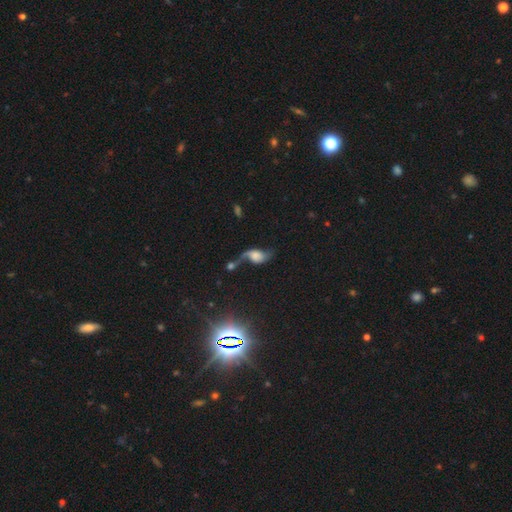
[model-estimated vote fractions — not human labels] This is likely a featured or disk galaxy (66%). It is clearly not viewed edge-on (94%). Bar: likely no (64%). Spiral arm pattern: clearly yes (89%). Spiral arm count: clearly 2 (80%). Spiral winding: clearly loose (86%). Central bulge: marginally none (29%). Merging: marginally none (32%).